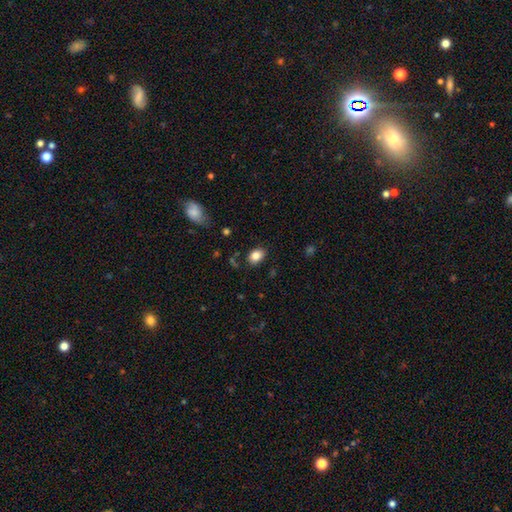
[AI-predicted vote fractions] Smooth or featured: smooth — 84% (star or artifact — 9%)
How rounded: in between — 73% (round — 26%)
Merging: none — 83% (minor disturbance — 12%)